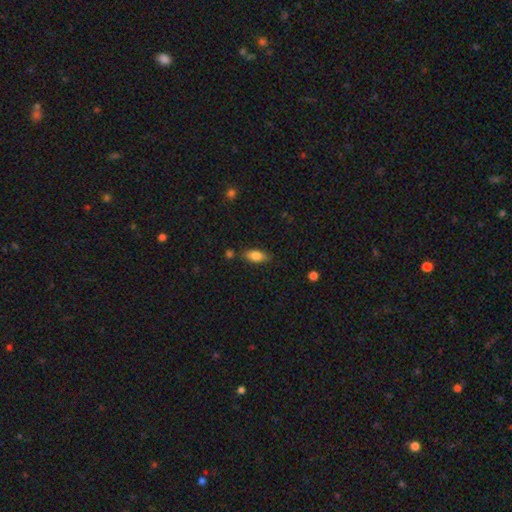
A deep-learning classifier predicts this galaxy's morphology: This is clearly a smooth galaxy (81%). How rounded: clearly in between (84%). Merging: likely none (79%).